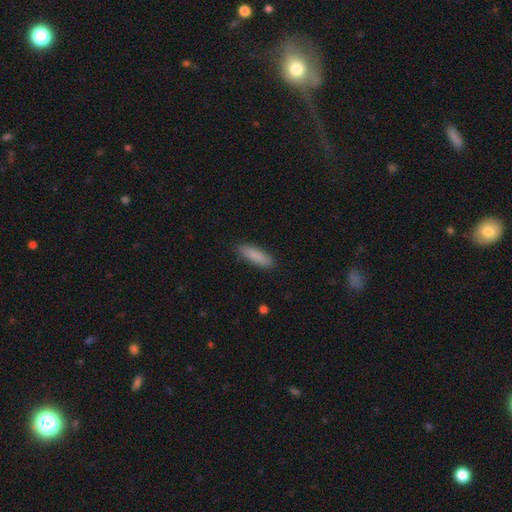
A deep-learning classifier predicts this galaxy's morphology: The model was most divided on "how rounded": cigar-shaped: 61%, in between: 38%, round: 1%. More confident: smooth or featured — smooth (87%); merging — none (86%).